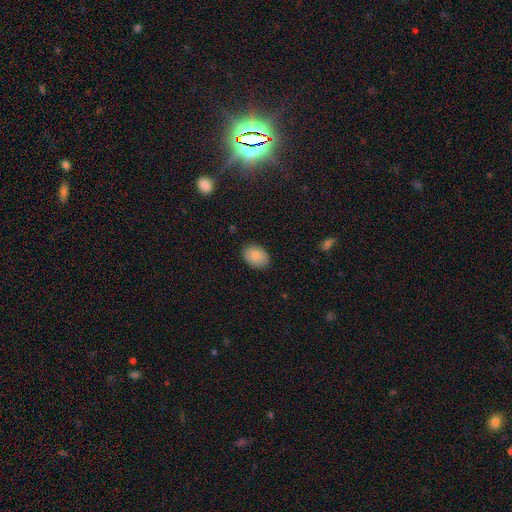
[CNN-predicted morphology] Overall: smooth (86%). How rounded: in between (75%). Merging: none (87%).